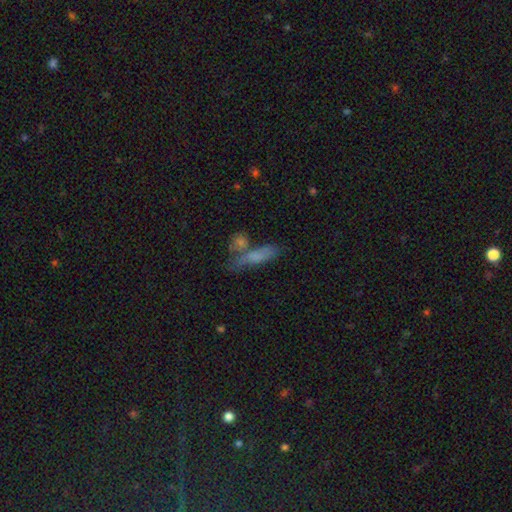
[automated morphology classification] Overall: smooth (64%). How rounded: cigar-shaped (61%; in between 34%). Merging: none (47%; merger 28%).